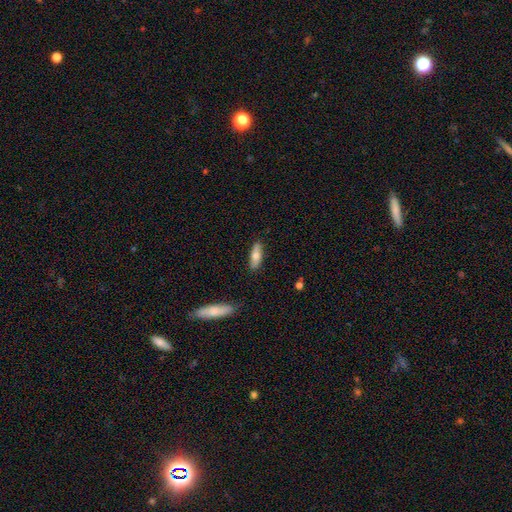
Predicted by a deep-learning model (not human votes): Overall: smooth (69%). How rounded: in between (59%; cigar-shaped 39%). Merging: none (83%).